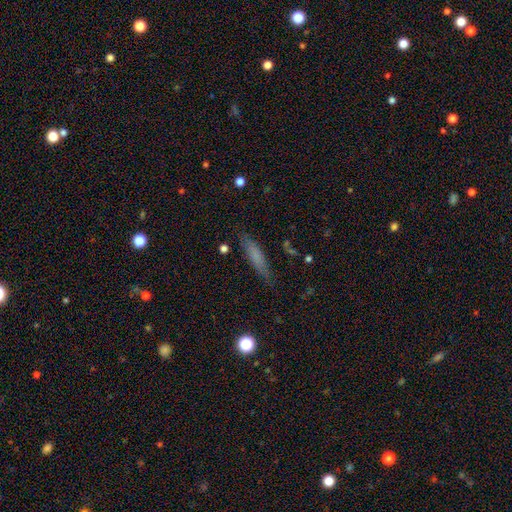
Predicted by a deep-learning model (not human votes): smooth 69%, featured or disk 22%, star or artifact 9%. Down the decision tree: how rounded — cigar-shaped (81%); merging — none (81%).